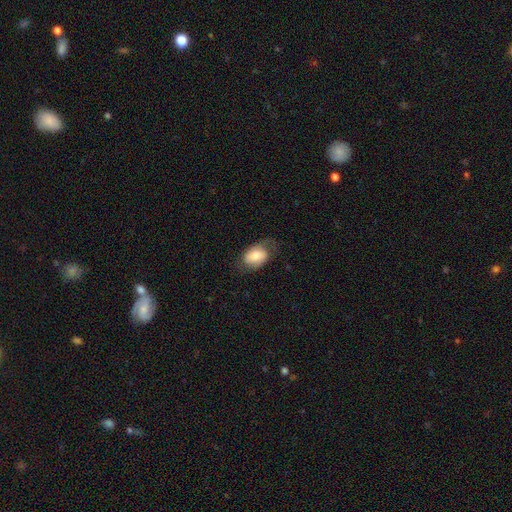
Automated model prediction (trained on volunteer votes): A smooth galaxy with no disk features (64%) that is in between round and cigar-shaped (85%). Merging: none (57%).